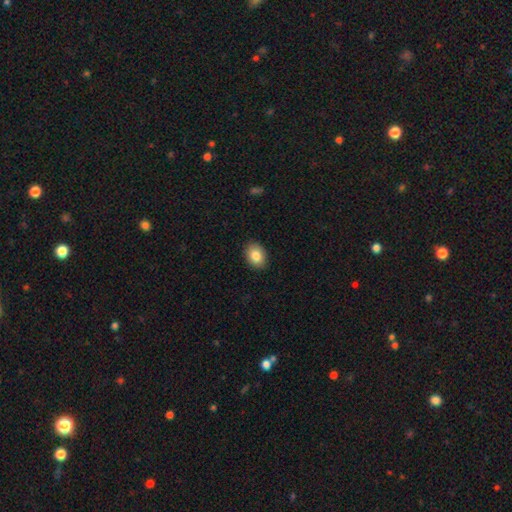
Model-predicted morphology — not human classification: Smooth or featured: smooth — 84% (star or artifact — 8%)
How rounded: in between — 69% (round — 30%)
Merging: none — 89% (minor disturbance — 8%)